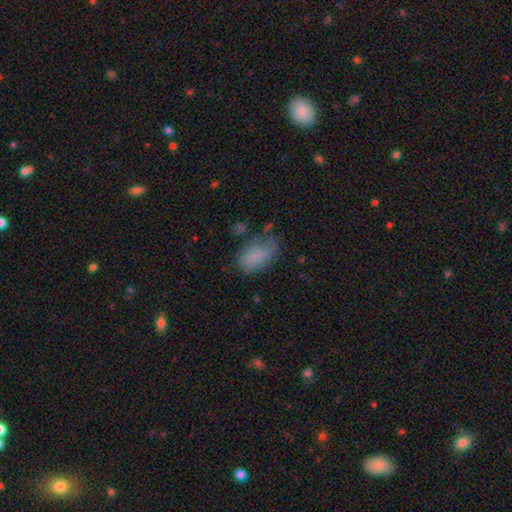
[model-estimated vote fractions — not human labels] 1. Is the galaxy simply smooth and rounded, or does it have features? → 79% smooth, 11% featured or disk, 10% star or artifact.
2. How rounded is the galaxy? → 92% in between, 6% round, 2% cigar-shaped.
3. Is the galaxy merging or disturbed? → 51% none, 30% minor disturbance, 15% major disturbance, 5% merger.